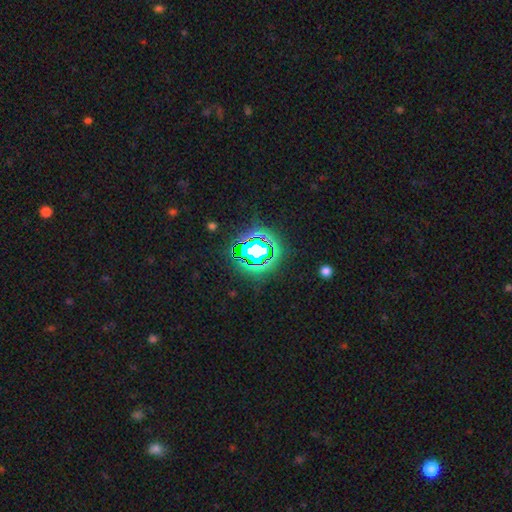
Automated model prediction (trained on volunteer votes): smooth-or-featured: star or artifact: 79% | smooth: 13% | featured or disk: 7%